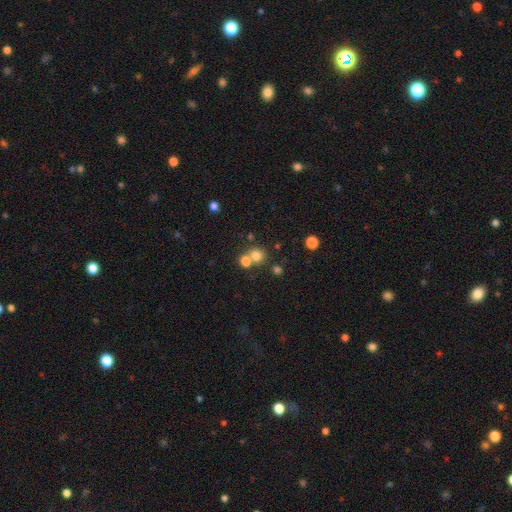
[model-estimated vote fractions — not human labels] smooth-or-featured: smooth: 75% | star or artifact: 16% | featured or disk: 8%
  how-rounded: round: 84% | in between: 15% | cigar-shaped: 1%
  merging: none: 55% | merger: 35% | minor disturbance: 7% | major disturbance: 3%